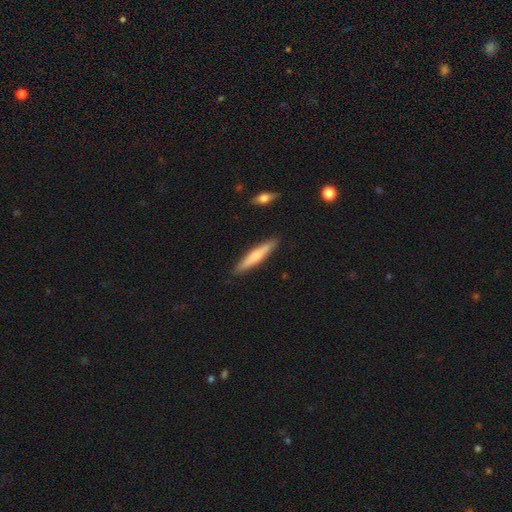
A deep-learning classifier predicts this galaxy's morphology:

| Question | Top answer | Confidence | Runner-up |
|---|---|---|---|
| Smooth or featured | smooth | 61% | featured or disk (34%) |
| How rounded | cigar-shaped | 90% | in between (9%) |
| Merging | none | 89% | minor disturbance (8%) |